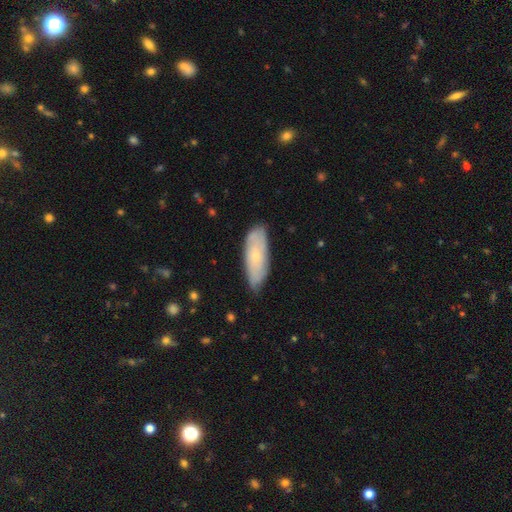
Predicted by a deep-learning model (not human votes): The model was most divided on "smooth or featured": smooth: 57%, featured or disk: 37%, star or artifact: 6%. More confident: merging — none (76%); how rounded — in between (69%).